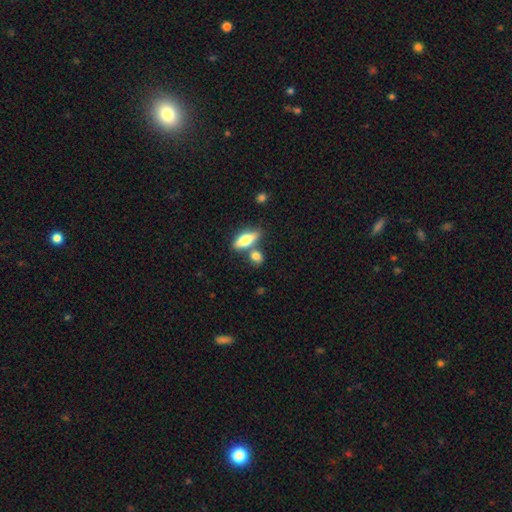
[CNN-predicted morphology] smooth 75%, featured or disk 17%, star or artifact 8%. Down the decision tree: how rounded — in between (59%); merging — none (55%).